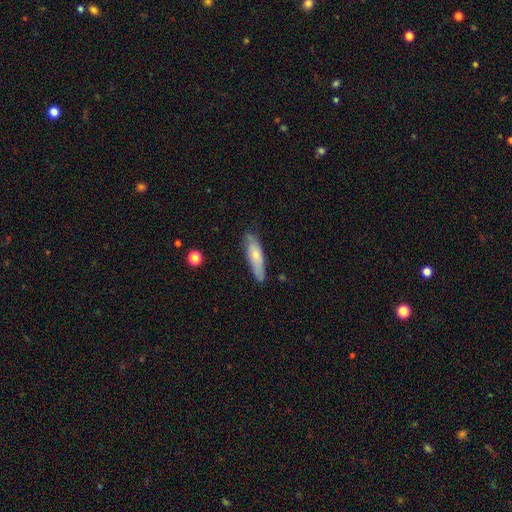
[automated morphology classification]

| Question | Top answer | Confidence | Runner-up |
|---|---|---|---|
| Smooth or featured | smooth | 62% | featured or disk (32%) |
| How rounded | cigar-shaped | 69% | in between (29%) |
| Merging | none | 76% | minor disturbance (19%) |